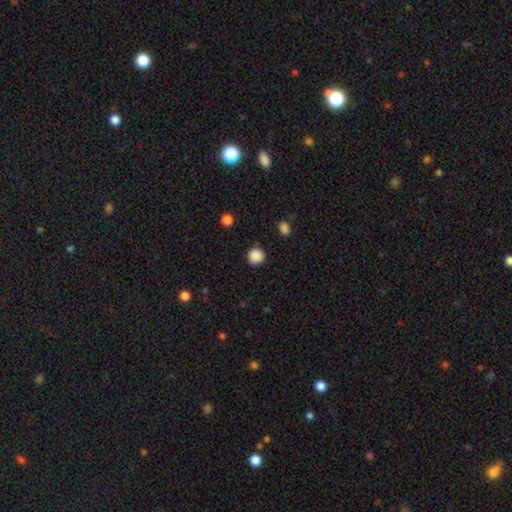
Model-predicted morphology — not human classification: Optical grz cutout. It shows a smooth galaxy with no disk features (87%) that is round (93%). Merging: none (89%).